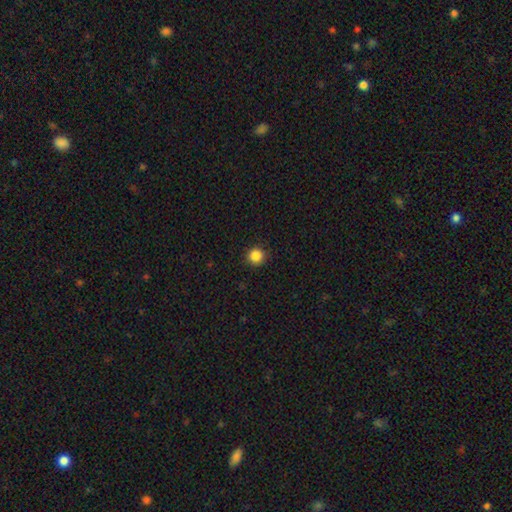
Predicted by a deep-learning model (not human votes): Smooth or featured? Predicted: smooth (p=0.86). How rounded? Predicted: round (p=0.95). Merging? Predicted: none (p=0.92).